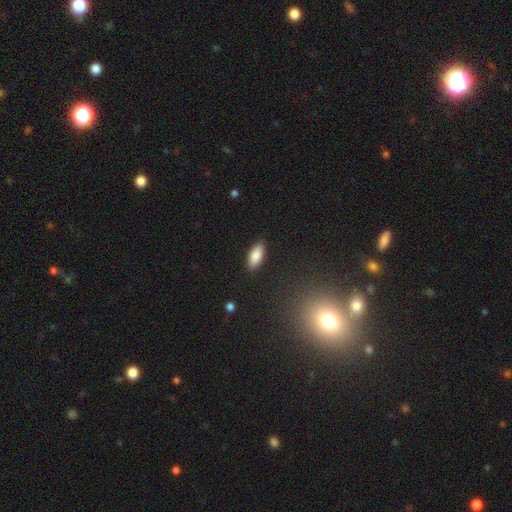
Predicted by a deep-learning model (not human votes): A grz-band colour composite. It shows a smooth galaxy with no disk features (87%) that is in between round and cigar-shaped (86%). Merging: none (88%).